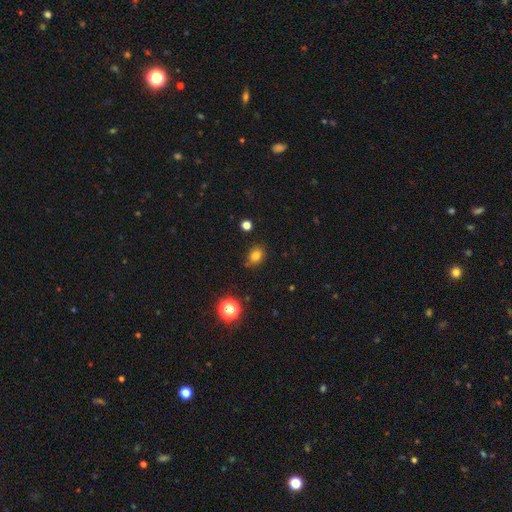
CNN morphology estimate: smooth-or-featured: smooth: 79% | star or artifact: 15% | featured or disk: 6%
  how-rounded: in between: 51% | round: 48% | cigar-shaped: 1%
  merging: none: 77% | minor disturbance: 15% | merger: 4% | major disturbance: 3%